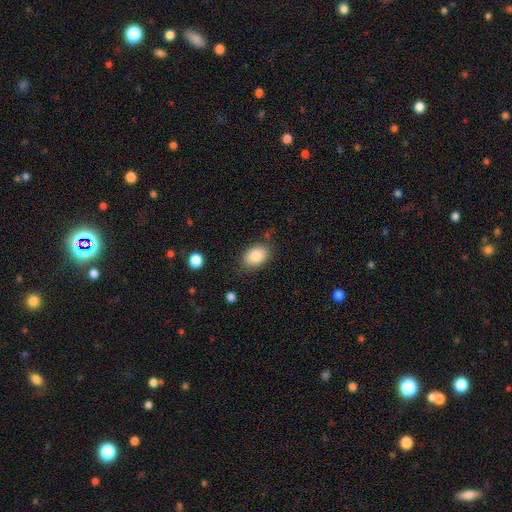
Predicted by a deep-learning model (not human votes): Smooth or featured?
  - smooth: 85% *
  - featured or disk: 8%
  - star or artifact: 7%
How rounded?
  - in between: 84% *
  - round: 15%
  - cigar-shaped: 1%
Merging?
  - none: 73% *
  - minor disturbance: 19%
  - major disturbance: 5%
  - merger: 2%